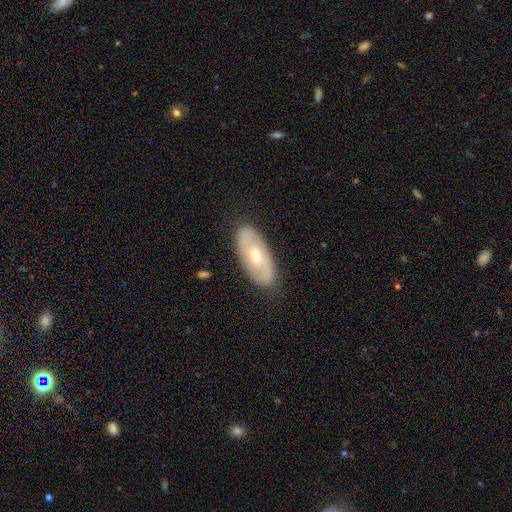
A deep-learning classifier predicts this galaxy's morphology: This appears to be a featured or disk galaxy (56%). Merging: none (84%).